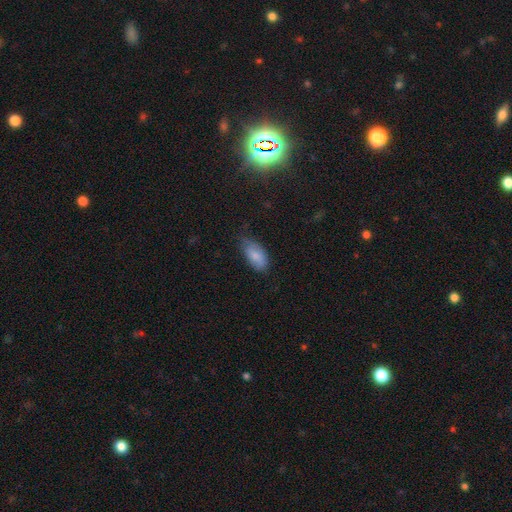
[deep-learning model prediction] Q: Smooth or featured?
A: smooth (82%); runner-up: featured or disk (11%)
Q: How rounded?
A: in between (92%); runner-up: cigar-shaped (5%)
Q: Merging?
A: none (62%); runner-up: minor disturbance (31%)